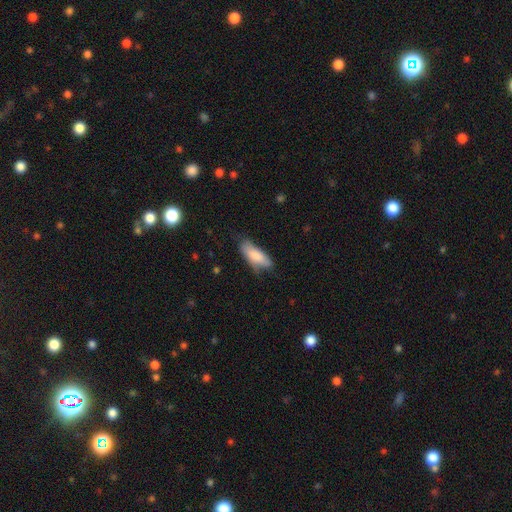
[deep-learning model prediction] Q: Smooth or featured?
A: smooth (83%); runner-up: featured or disk (11%)
Q: How rounded?
A: in between (73%); runner-up: cigar-shaped (25%)
Q: Merging?
A: none (58%); runner-up: minor disturbance (32%)